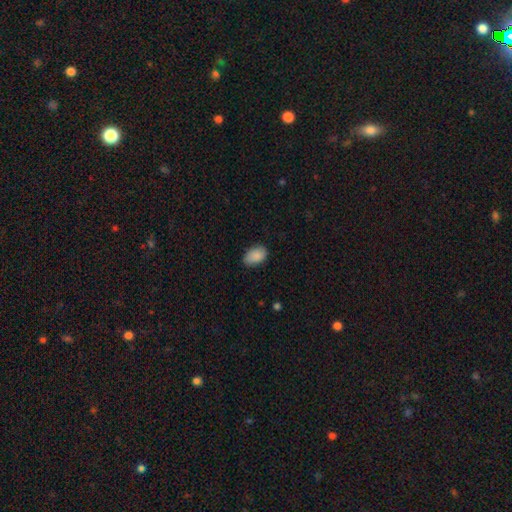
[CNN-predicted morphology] This is clearly a smooth galaxy (89%). How rounded: clearly in between (90%). Merging: likely none (80%).